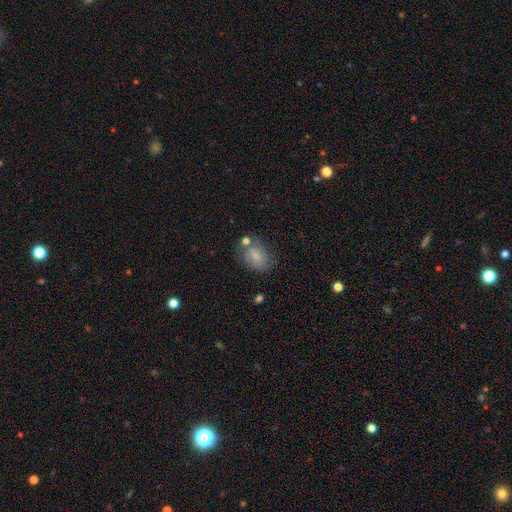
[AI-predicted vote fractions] Smooth or featured? Predicted: smooth (p=0.70). How rounded? Predicted: in between (p=0.75). Merging? Predicted: none (p=0.56).